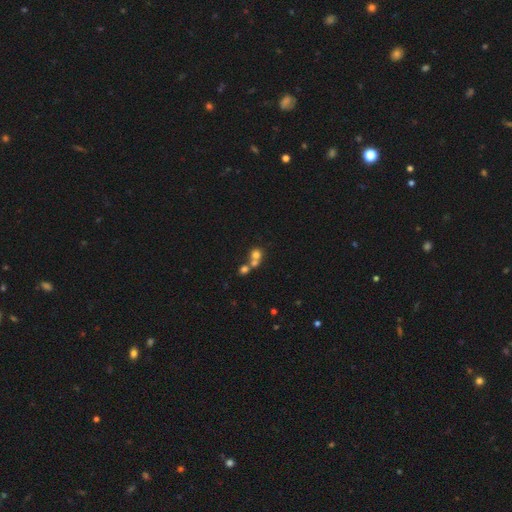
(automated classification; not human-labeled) This appears to be a smooth galaxy with no disk features (69%) that is round (84%). Merging: merger (54%).